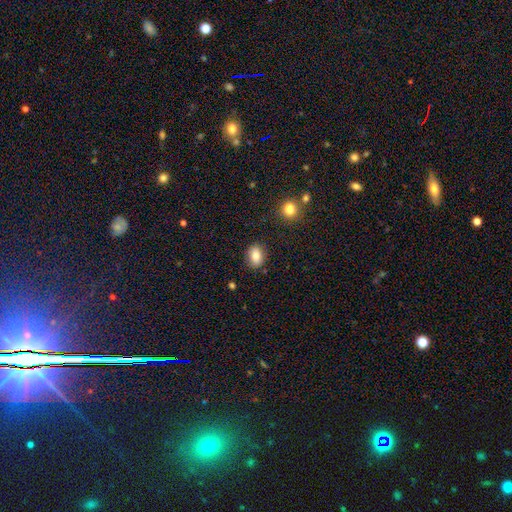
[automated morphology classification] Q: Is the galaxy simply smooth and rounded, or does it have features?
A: smooth — 82%.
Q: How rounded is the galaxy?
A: in between — 76%.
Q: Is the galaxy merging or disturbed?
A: none — 84%.